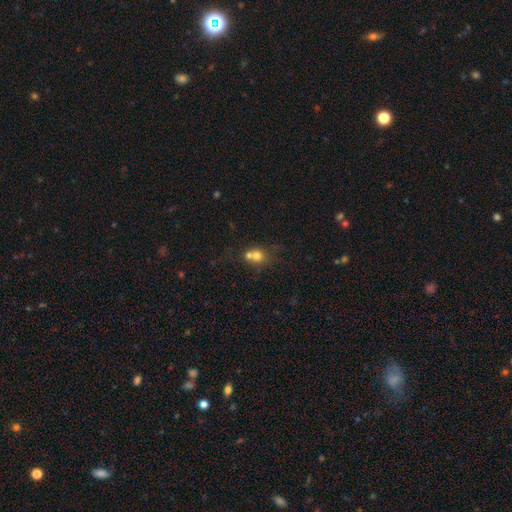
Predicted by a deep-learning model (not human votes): Morphology: type=smooth (70%); roundness=round (78%); merging=merger (54%).